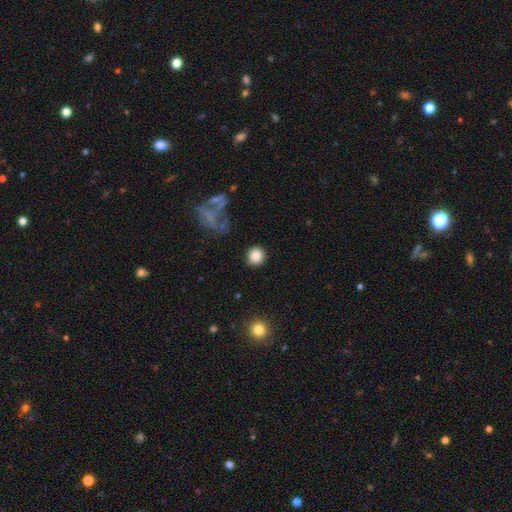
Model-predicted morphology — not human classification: This is clearly a smooth galaxy (85%). How rounded: clearly round (90%). Merging: clearly none (86%).